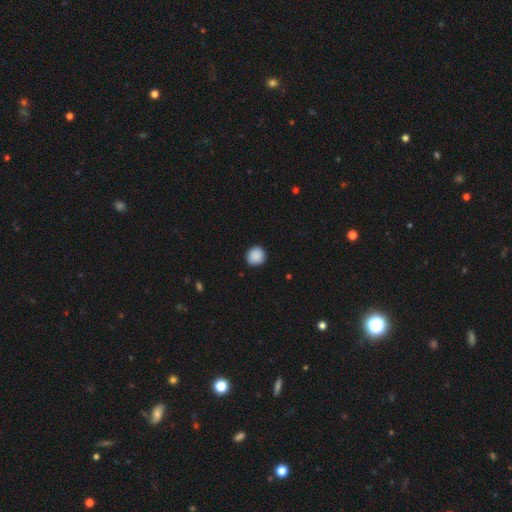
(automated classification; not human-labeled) smooth-or-featured: smooth: 89% | star or artifact: 8% | featured or disk: 3%
  how-rounded: round: 90% | in between: 9% | cigar-shaped: 1%
  merging: none: 89% | minor disturbance: 8% | major disturbance: 2% | merger: 1%